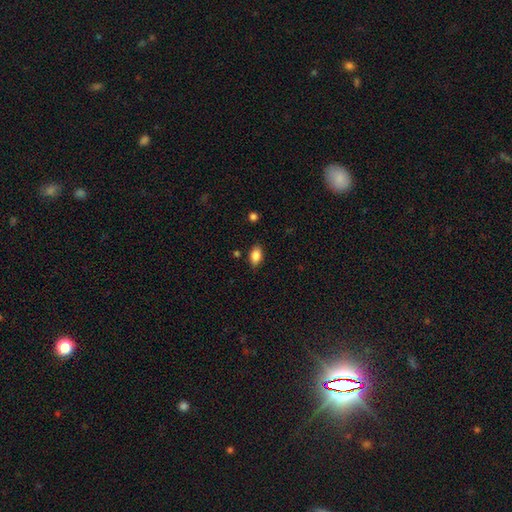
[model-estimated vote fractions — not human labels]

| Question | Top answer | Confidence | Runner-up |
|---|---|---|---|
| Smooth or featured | smooth | 85% | star or artifact (8%) |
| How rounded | in between | 90% | round (7%) |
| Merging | none | 84% | minor disturbance (12%) |